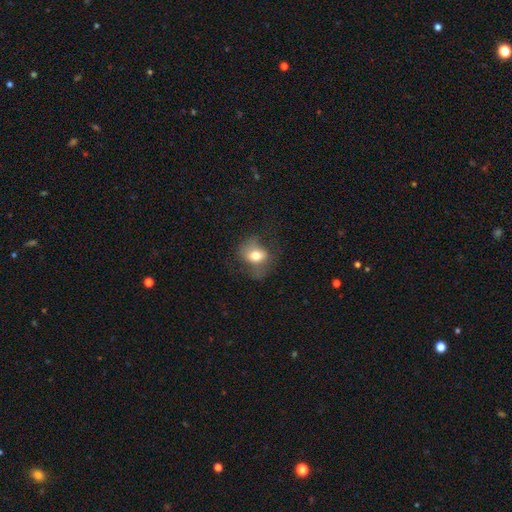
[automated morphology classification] Smooth or featured?
  - smooth: 64% *
  - featured or disk: 26%
  - star or artifact: 10%
How rounded?
  - in between: 58% *
  - round: 40%
  - cigar-shaped: 2%
Merging?
  - none: 52% *
  - minor disturbance: 24%
  - major disturbance: 22%
  - merger: 2%